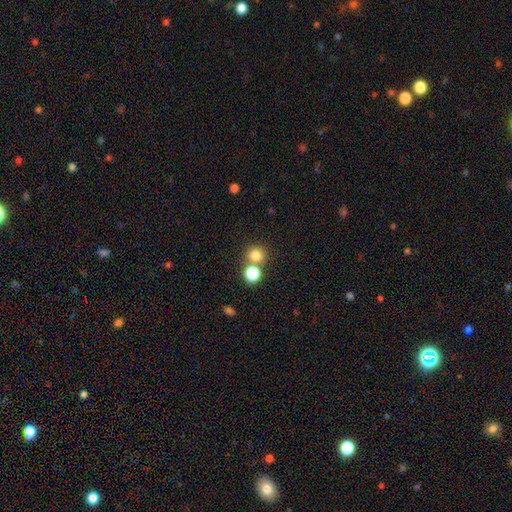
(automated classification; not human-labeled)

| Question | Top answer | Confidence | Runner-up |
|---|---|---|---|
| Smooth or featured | smooth | 77% | star or artifact (17%) |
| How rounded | round | 90% | in between (9%) |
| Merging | none | 69% | merger (21%) |